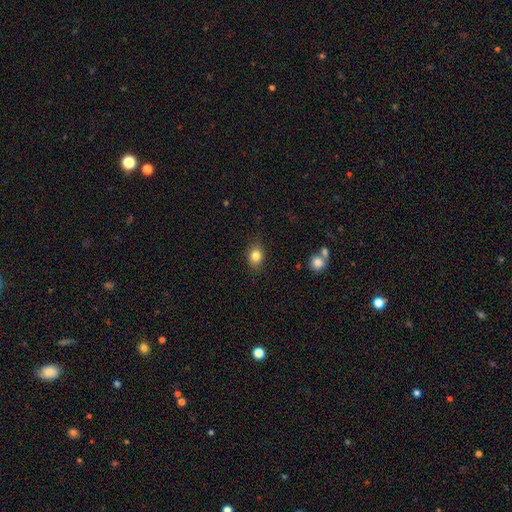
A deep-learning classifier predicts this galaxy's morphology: Overall: smooth (82%). How rounded: in between (56%; round 43%). Merging: none (82%).